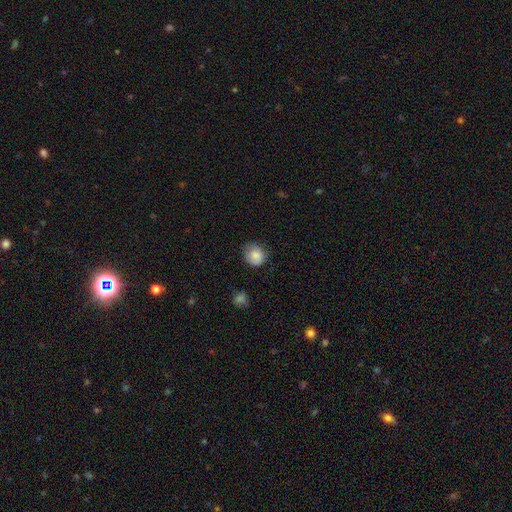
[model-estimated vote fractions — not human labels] Smooth or featured? Predicted: smooth (p=0.83). How rounded? Predicted: round (p=0.75). Merging? Predicted: none (p=0.67).